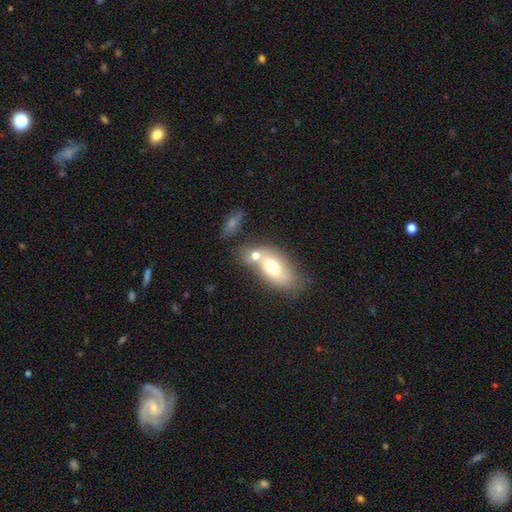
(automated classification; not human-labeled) This appears to be a smooth galaxy with no disk features (68%) that is in between round and cigar-shaped (80%). Merging: merger (59%).